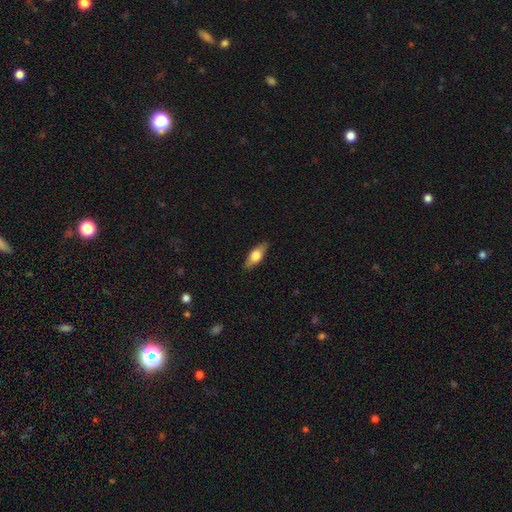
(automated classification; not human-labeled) The model was most divided on "smooth or featured": smooth: 62%, featured or disk: 32%, star or artifact: 6%. More confident: merging — none (87%); how rounded — in between (73%).